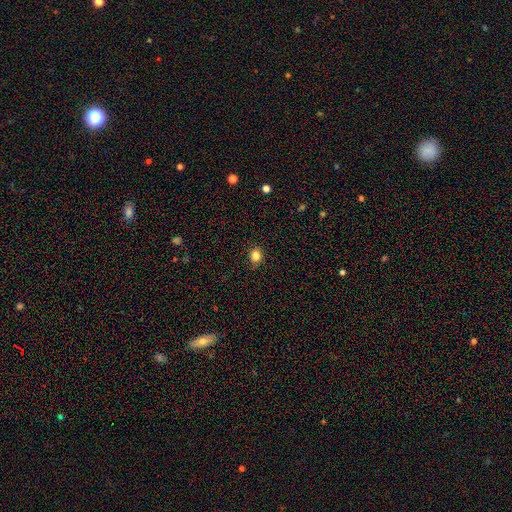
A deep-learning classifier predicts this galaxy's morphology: The model was most divided on "how rounded": round: 63%, in between: 36%, cigar-shaped: 1%. More confident: merging — none (87%); smooth or featured — smooth (84%).